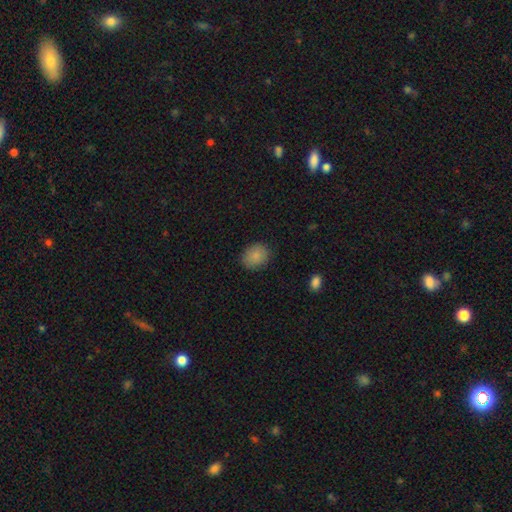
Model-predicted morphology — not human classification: Smooth or featured? Predicted: smooth (p=0.87). How rounded? Predicted: in between (p=0.51). Merging? Predicted: none (p=0.85).